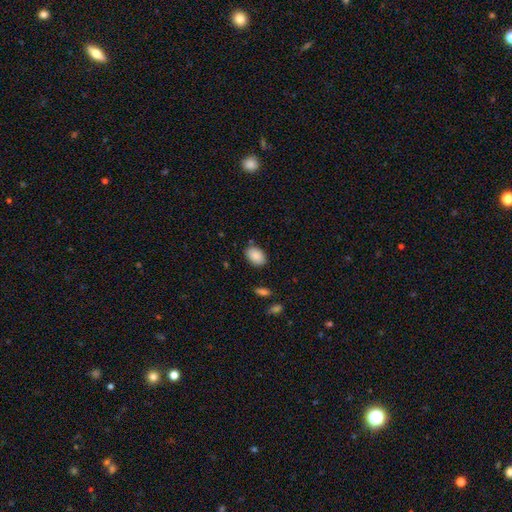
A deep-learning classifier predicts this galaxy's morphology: Smooth or featured: smooth — 89% (star or artifact — 7%)
How rounded: in between — 87% (round — 12%)
Merging: none — 83% (minor disturbance — 11%)